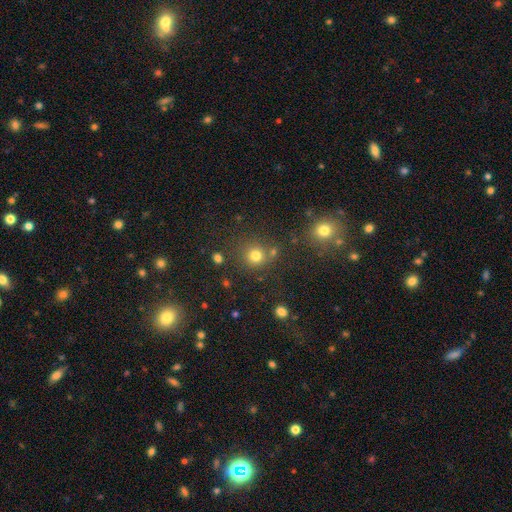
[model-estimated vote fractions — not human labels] The model was most divided on "smooth or featured": smooth: 76%, star or artifact: 18%, featured or disk: 7%. More confident: how rounded — round (90%); merging — none (74%).